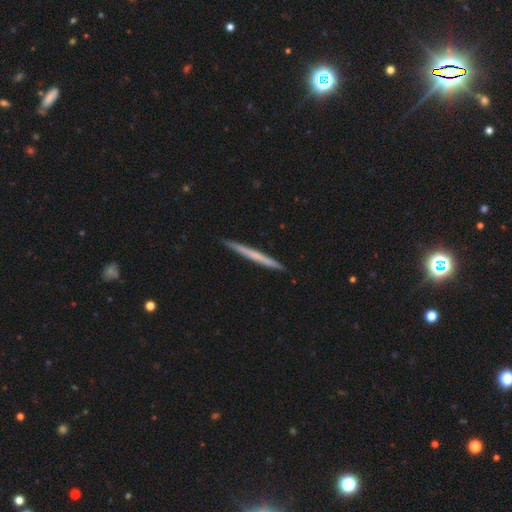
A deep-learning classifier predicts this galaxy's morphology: smooth_or_featured: smooth (p=0.51) [alt: featured or disk p=0.44]
how_rounded: cigar-shaped (p=0.97) [alt: in between p=0.02]
merging: none (p=0.92) [alt: minor disturbance p=0.06]